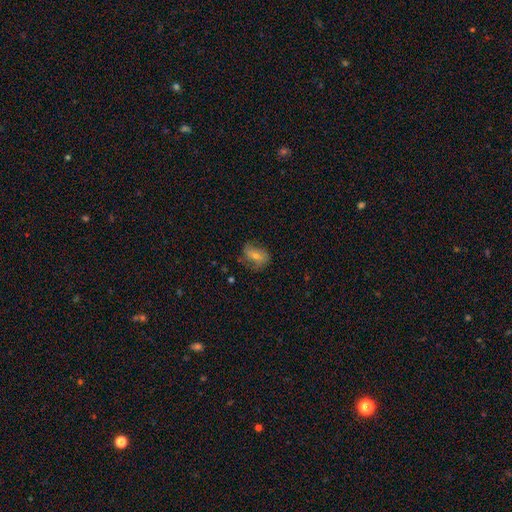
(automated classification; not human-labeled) This appears to be a featured or disk galaxy (49%). Merging: none (63%).